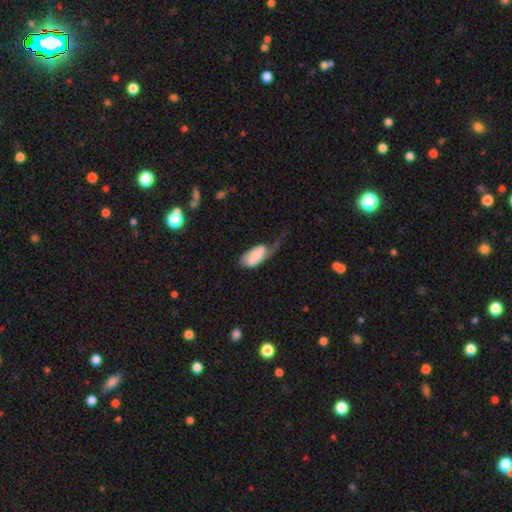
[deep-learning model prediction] Morphology: type=smooth (64%); roundness=in between (93%); merging=major disturbance (52%).